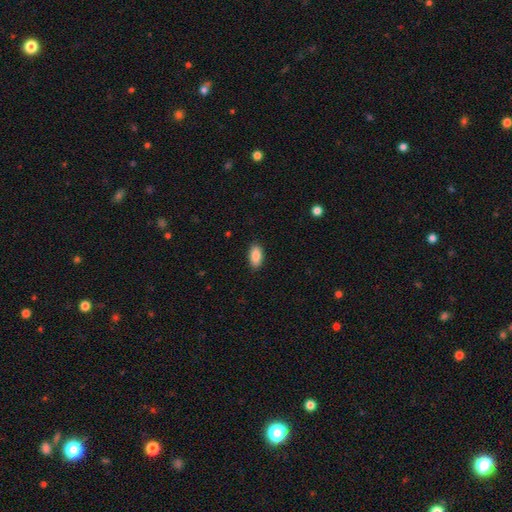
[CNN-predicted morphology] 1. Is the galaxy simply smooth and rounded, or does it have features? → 89% smooth, 7% star or artifact, 4% featured or disk.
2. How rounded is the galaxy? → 93% in between, 4% cigar-shaped, 3% round.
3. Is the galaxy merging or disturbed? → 89% none, 8% minor disturbance, 2% major disturbance, 1% merger.